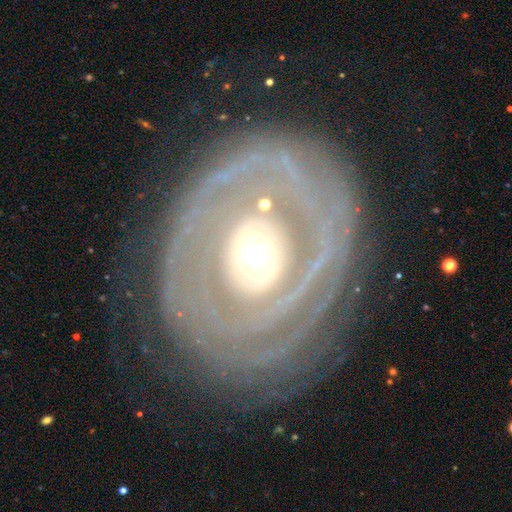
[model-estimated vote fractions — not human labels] This appears to be a featured or disk galaxy (79%) with no bar (76%), spiral arms (58%) and a moderate central bulge (62%). Merging: none (76%).